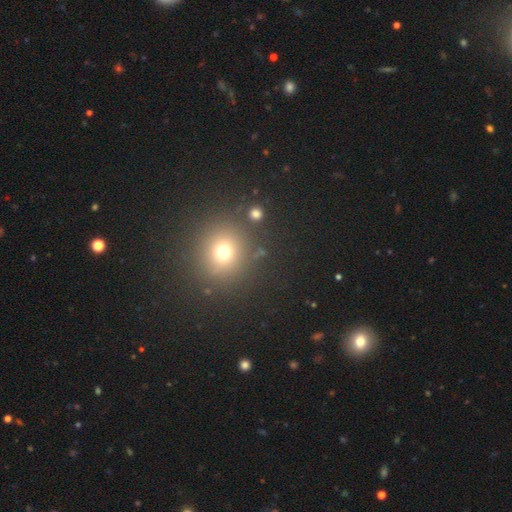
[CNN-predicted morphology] smooth-or-featured: smooth: 57% | star or artifact: 35% | featured or disk: 8%
  how-rounded: round: 90% | in between: 9% | cigar-shaped: 1%
  merging: none: 89% | minor disturbance: 6% | merger: 3% | major disturbance: 3%